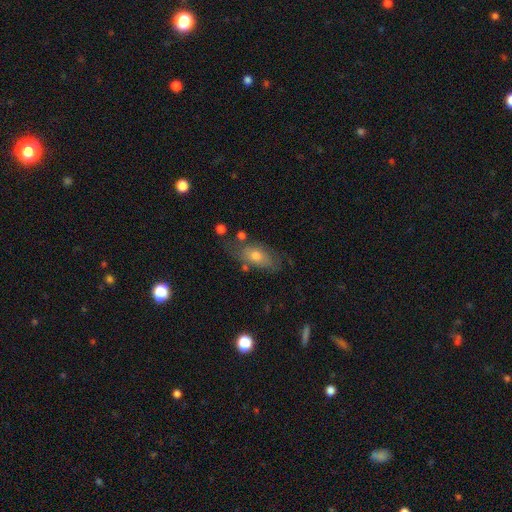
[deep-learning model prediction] smooth_or_featured: smooth (p=0.62) [alt: featured or disk p=0.30]
how_rounded: in between (p=0.82) [alt: cigar-shaped p=0.11]
merging: none (p=0.60) [alt: minor disturbance p=0.23]